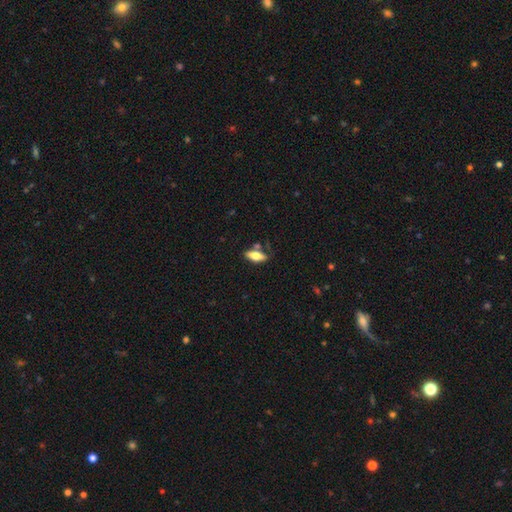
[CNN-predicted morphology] Smooth or featured?
  - smooth: 64% *
  - featured or disk: 29%
  - star or artifact: 7%
How rounded?
  - in between: 71% *
  - cigar-shaped: 26%
  - round: 3%
Merging?
  - none: 67% *
  - minor disturbance: 17%
  - merger: 11%
  - major disturbance: 5%